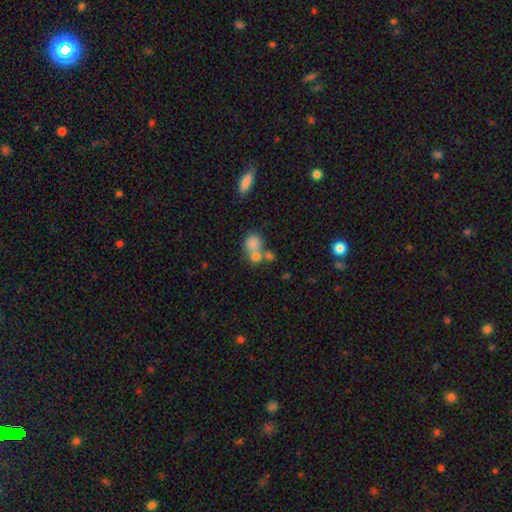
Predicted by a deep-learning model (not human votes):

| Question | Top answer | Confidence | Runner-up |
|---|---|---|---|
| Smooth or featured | smooth | 72% | star or artifact (14%) |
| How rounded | round | 71% | in between (27%) |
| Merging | merger | 49% | none (38%) |